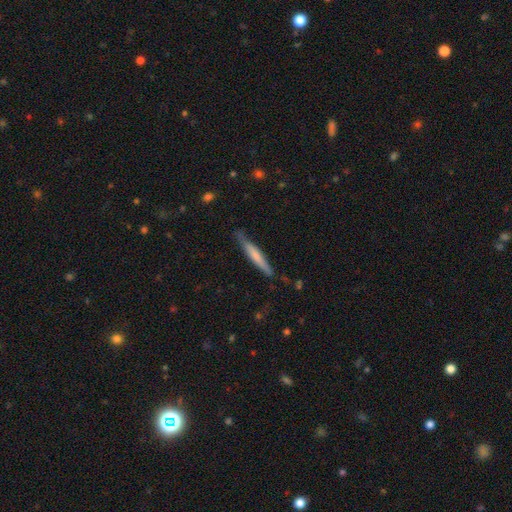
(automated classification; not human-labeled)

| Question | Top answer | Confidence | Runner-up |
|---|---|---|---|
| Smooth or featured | smooth | 54% | featured or disk (41%) |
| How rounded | cigar-shaped | 95% | in between (4%) |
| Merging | none | 80% | minor disturbance (16%) |